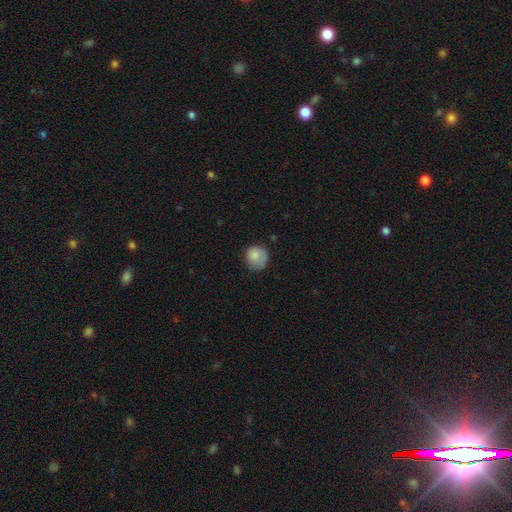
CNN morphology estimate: smooth 82%, featured or disk 11%, star or artifact 8%. Down the decision tree: how rounded — round (83%); merging — none (61%).